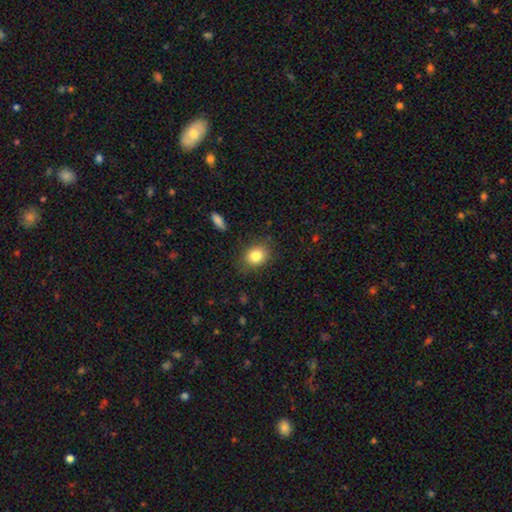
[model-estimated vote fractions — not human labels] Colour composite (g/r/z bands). It shows a smooth galaxy with no disk features (83%) that is in between round and cigar-shaped (52%). Merging: none (82%).